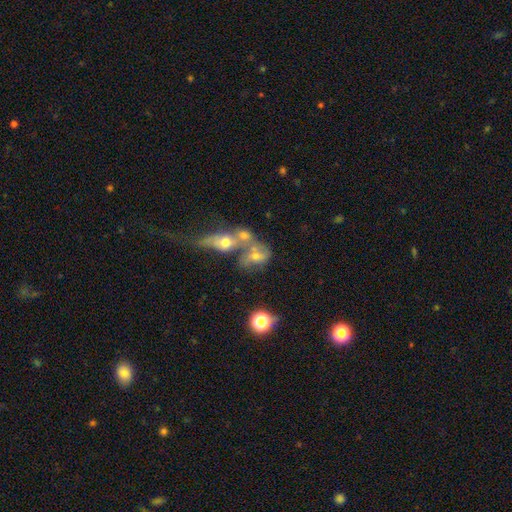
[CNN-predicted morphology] A smooth galaxy with no disk features (45%).

Vote fractions:
- Smooth or featured? smooth: 45% / featured or disk: 39% / star or artifact: 16%
- Merging? merger: 65% / none: 16% / major disturbance: 11% / minor disturbance: 8%